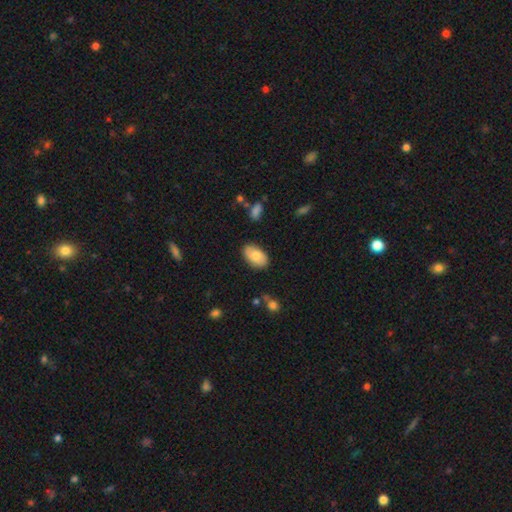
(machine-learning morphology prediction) Smooth or featured? smooth (73%)
How rounded? in between (93%)
Merging? none (81%)